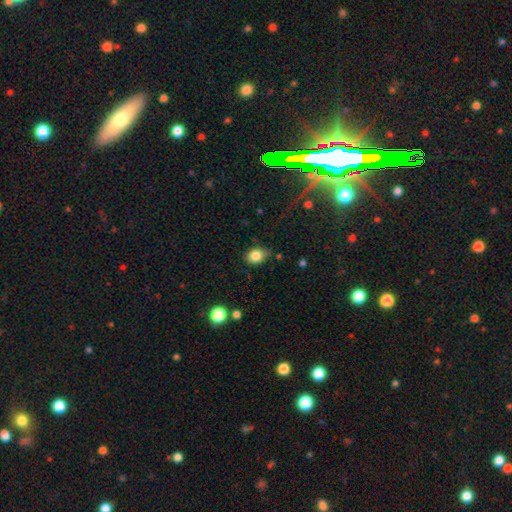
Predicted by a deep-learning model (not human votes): Smooth or featured? smooth (82%)
How rounded? round (59%)
Merging? none (63%)